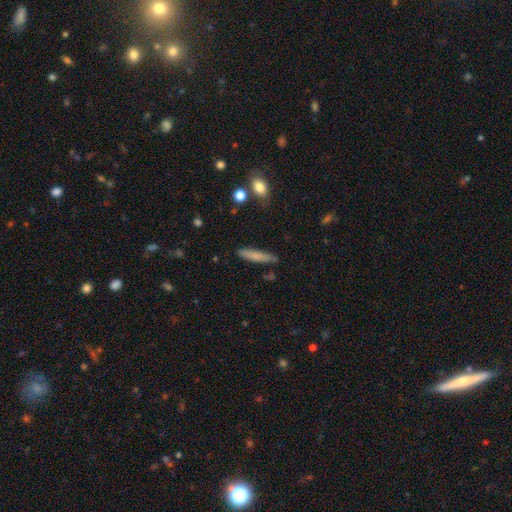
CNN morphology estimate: The model was most divided on "smooth or featured": smooth: 76%, featured or disk: 18%, star or artifact: 7%. More confident: how rounded — cigar-shaped (86%); merging — none (81%).